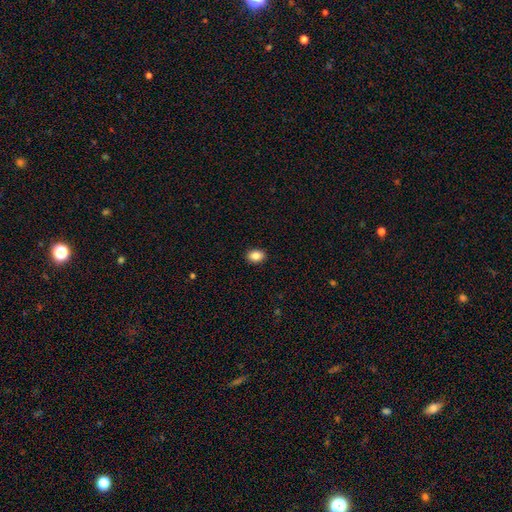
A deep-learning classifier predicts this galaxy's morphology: The model was most divided on "how rounded": in between: 77%, round: 22%, cigar-shaped: 1%. More confident: merging — none (90%); smooth or featured — smooth (87%).